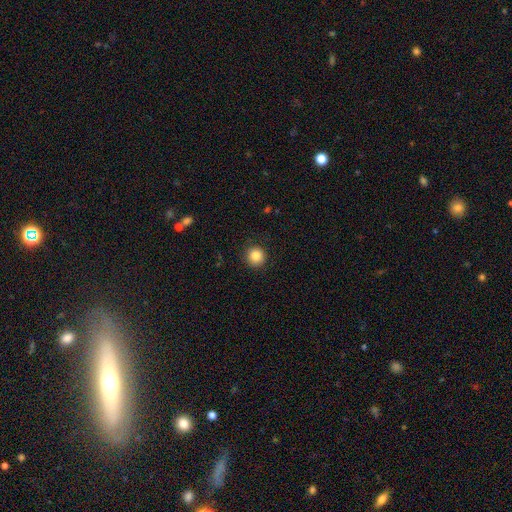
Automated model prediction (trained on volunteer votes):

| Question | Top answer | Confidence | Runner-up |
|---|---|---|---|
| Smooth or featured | smooth | 85% | star or artifact (10%) |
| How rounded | round | 94% | in between (5%) |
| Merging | none | 90% | minor disturbance (7%) |